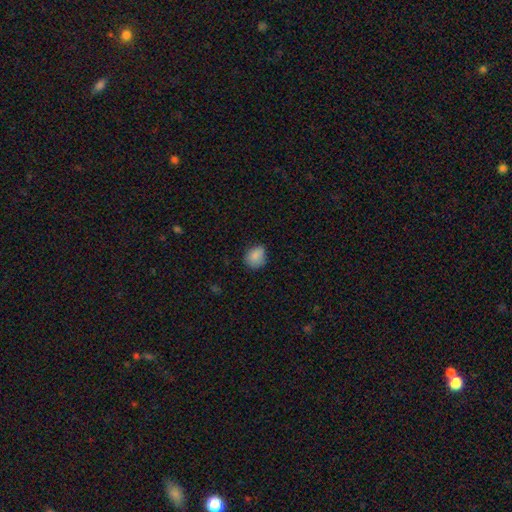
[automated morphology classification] Smooth or featured? Predicted: smooth (p=0.85). How rounded? Predicted: round (p=0.57). Merging? Predicted: none (p=0.67).